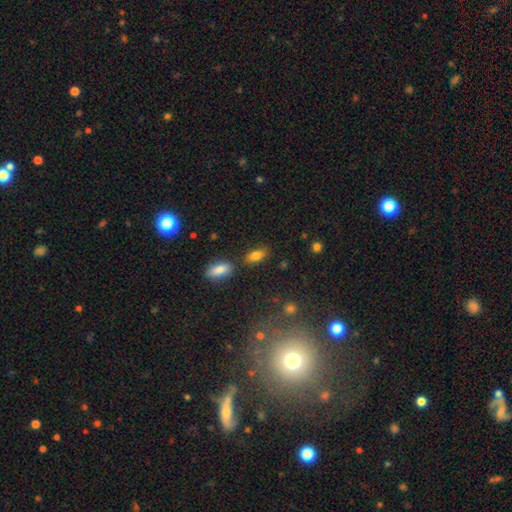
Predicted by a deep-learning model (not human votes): A smooth galaxy with no disk features (80%) that is in between round and cigar-shaped (87%).

Vote fractions:
- Smooth or featured? smooth: 80% / featured or disk: 10% / star or artifact: 10%
- How rounded? in between: 87% / cigar-shaped: 8% / round: 5%
- Merging? none: 76% / minor disturbance: 13% / merger: 8% / major disturbance: 3%